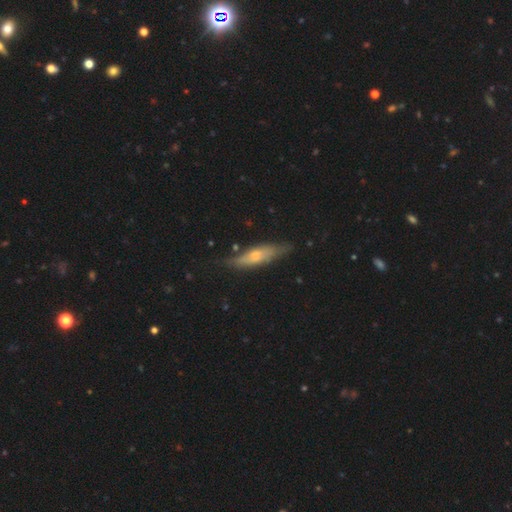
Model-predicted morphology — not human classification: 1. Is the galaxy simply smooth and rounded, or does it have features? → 48% featured or disk, 46% smooth, 7% star or artifact.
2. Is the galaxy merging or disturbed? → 74% none, 20% minor disturbance, 4% major disturbance, 2% merger.